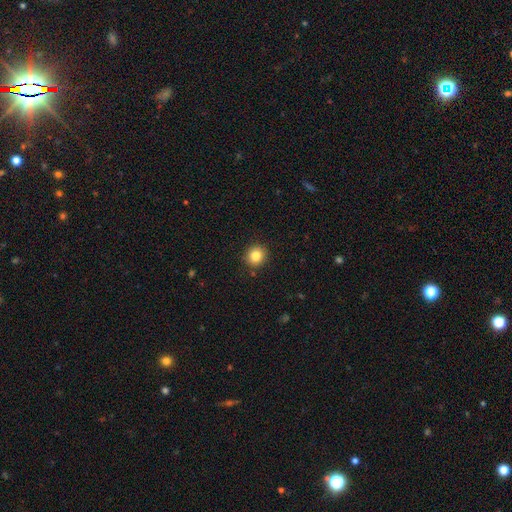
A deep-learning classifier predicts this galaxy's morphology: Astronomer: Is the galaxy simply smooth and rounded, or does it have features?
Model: smooth — 82%.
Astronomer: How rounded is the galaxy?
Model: round — 92%.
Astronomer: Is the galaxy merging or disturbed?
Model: none — 91%.